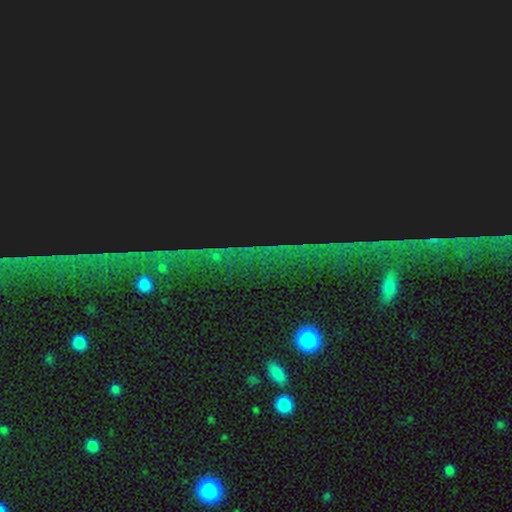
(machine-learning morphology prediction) smooth_or_featured: star or artifact (p=0.85) [alt: featured or disk p=0.08]